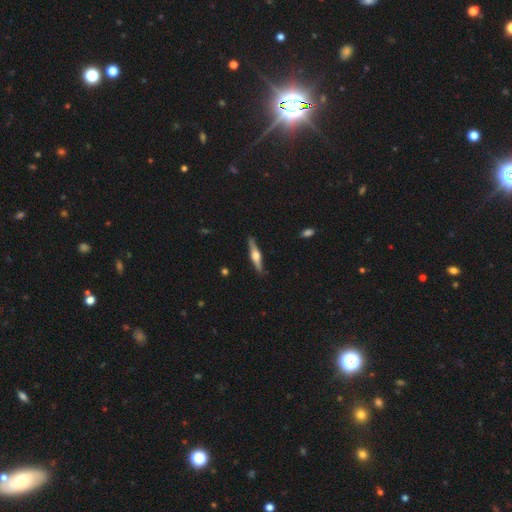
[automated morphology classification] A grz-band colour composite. It shows a featured or disk galaxy (66%) viewed edge-on (96%) with a rounded central bulge (91%). Merging: none (88%).